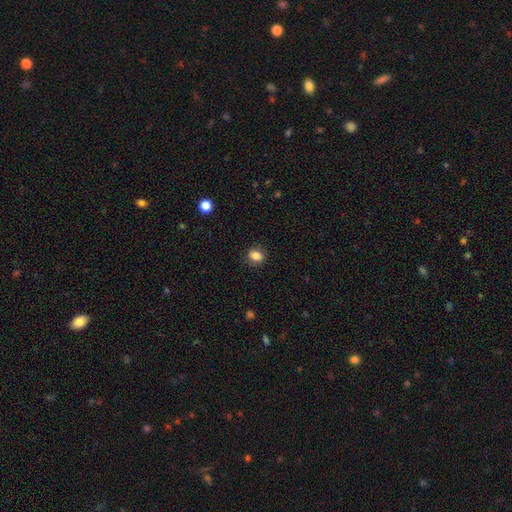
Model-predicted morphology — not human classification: A smooth galaxy with no disk features (85%) that is in between round and cigar-shaped (50%). Merging: none (85%).